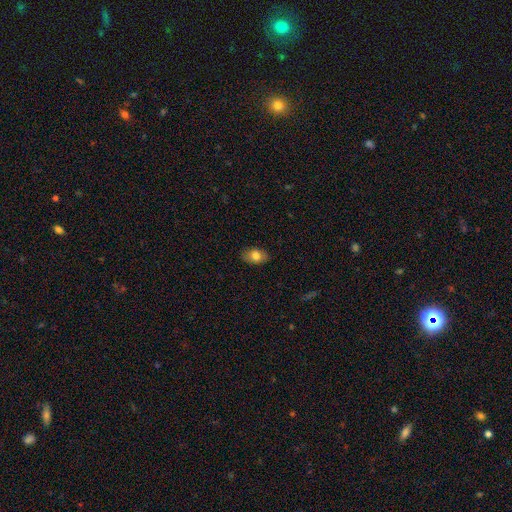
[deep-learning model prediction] smooth 78%, featured or disk 15%, star or artifact 8%. Down the decision tree: how rounded — in between (87%); merging — none (85%).